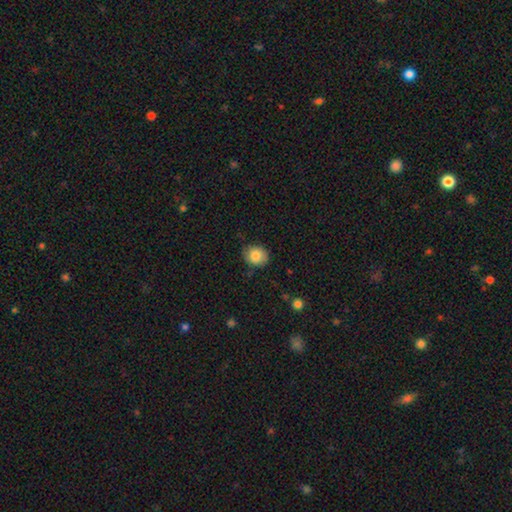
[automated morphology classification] Smooth or featured?
  - smooth: 84% *
  - star or artifact: 8%
  - featured or disk: 8%
How rounded?
  - round: 67% *
  - in between: 32%
  - cigar-shaped: 1%
Merging?
  - none: 77% *
  - minor disturbance: 18%
  - major disturbance: 3%
  - merger: 1%